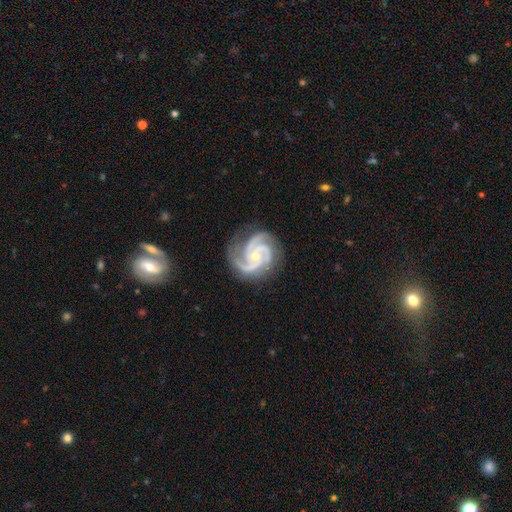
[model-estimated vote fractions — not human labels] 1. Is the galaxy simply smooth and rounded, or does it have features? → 94% featured or disk, 3% star or artifact, 2% smooth.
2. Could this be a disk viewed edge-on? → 99% no, 1% yes.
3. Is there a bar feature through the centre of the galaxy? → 70% no, 23% weak, 7% strong.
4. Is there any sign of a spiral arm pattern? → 99% yes, 1% no.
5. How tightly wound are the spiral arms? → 51% tight, 45% medium, 4% loose.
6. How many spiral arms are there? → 78% 3, 7% 2, 7% 4, 3% can't tell, 2% 1, 2% more than 4.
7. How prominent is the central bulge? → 69% small, 28% moderate, 1% none, 1% large, 1% dominant.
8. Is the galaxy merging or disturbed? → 78% none, 16% minor disturbance, 4% major disturbance, 1% merger.